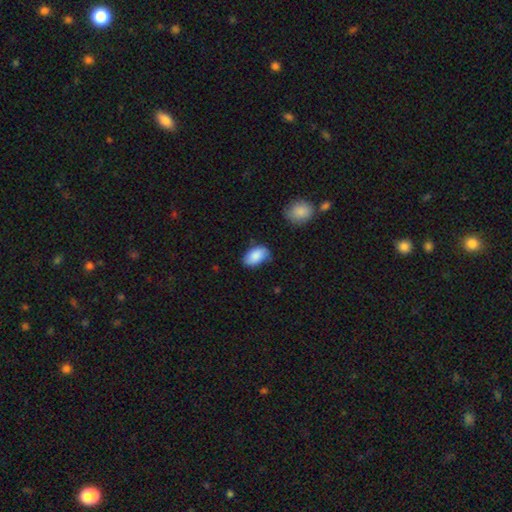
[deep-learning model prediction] Morphology: type=smooth (87%); roundness=in between (93%); merging=none (66%).